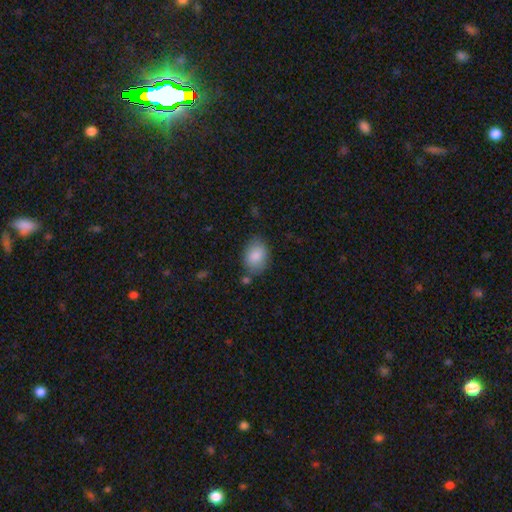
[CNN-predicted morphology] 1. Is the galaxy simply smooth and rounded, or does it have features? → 86% smooth, 7% featured or disk, 7% star or artifact.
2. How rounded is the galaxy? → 75% in between, 24% round, 1% cigar-shaped.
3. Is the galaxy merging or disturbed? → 74% none, 17% minor disturbance, 5% merger, 4% major disturbance.